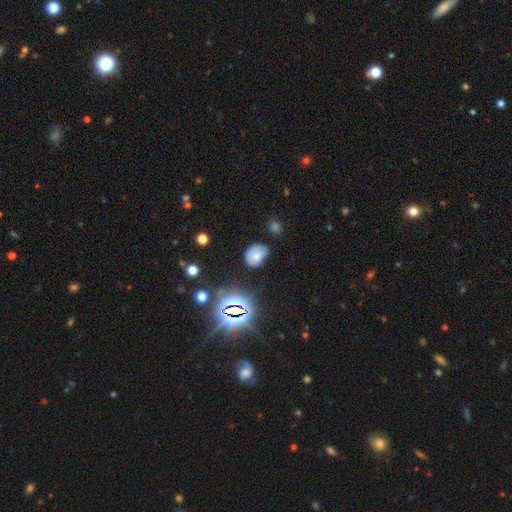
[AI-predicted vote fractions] smooth-or-featured: smooth: 68% | star or artifact: 18% | featured or disk: 14%
  how-rounded: in between: 70% | round: 29% | cigar-shaped: 1%
  merging: none: 64% | minor disturbance: 26% | major disturbance: 7% | merger: 3%